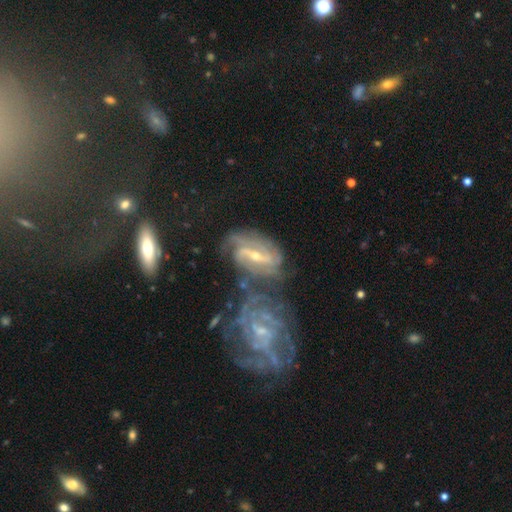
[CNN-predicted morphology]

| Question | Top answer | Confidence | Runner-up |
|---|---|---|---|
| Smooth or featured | featured or disk | 88% | smooth (6%) |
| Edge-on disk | no | 95% | yes (5%) |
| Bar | strong | 54% | weak (34%) |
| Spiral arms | yes | 96% | no (4%) |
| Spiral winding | tight | 47% | medium (39%) |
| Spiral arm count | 2 | 42% | can't tell (21%) |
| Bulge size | small | 57% | moderate (39%) |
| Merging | none | 43% | merger (30%) |